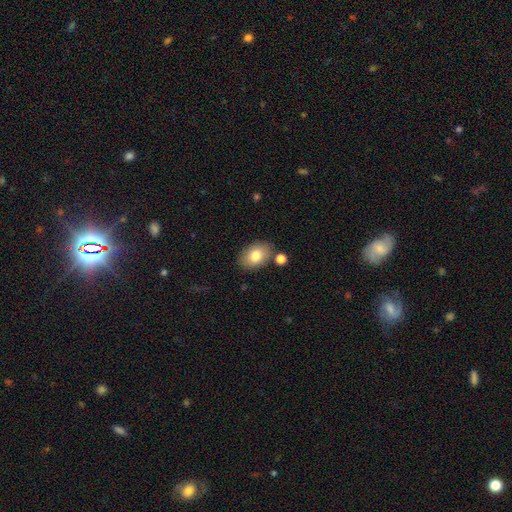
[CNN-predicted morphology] Smooth or featured?
  - smooth: 80% *
  - featured or disk: 13%
  - star or artifact: 7%
How rounded?
  - in between: 86% *
  - round: 13%
  - cigar-shaped: 1%
Merging?
  - none: 80% *
  - minor disturbance: 11%
  - merger: 6%
  - major disturbance: 3%